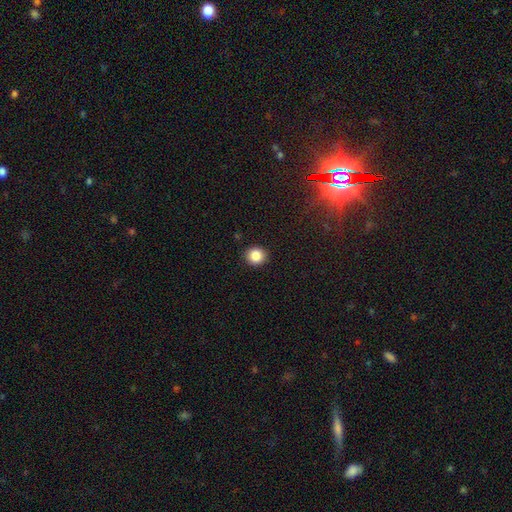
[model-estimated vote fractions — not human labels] smooth_or_featured: smooth (p=0.86) [alt: star or artifact p=0.10]
how_rounded: round (p=0.86) [alt: in between p=0.13]
merging: none (p=0.91) [alt: minor disturbance p=0.06]